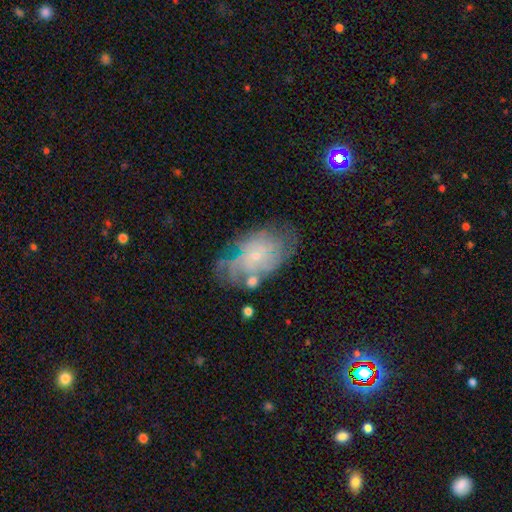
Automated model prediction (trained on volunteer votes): Q: Smooth or featured?
A: featured or disk (71%); runner-up: smooth (20%)
Q: Edge-on disk?
A: no (96%); runner-up: yes (4%)
Q: Bar?
A: no (83%); runner-up: weak (15%)
Q: Spiral arms?
A: yes (80%); runner-up: no (20%)
Q: Spiral winding?
A: tight (61%); runner-up: medium (28%)
Q: Spiral arm count?
A: can't tell (54%); runner-up: 4 (13%)
Q: Bulge size?
A: small (83%); runner-up: moderate (12%)
Q: Merging?
A: none (55%); runner-up: minor disturbance (24%)